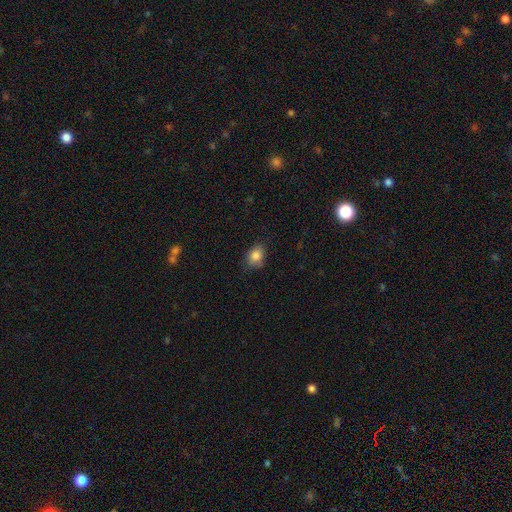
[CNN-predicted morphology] smooth_or_featured: smooth (p=0.85) [alt: star or artifact p=0.09]
how_rounded: in between (p=0.61) [alt: round p=0.38]
merging: none (p=0.74) [alt: minor disturbance p=0.21]